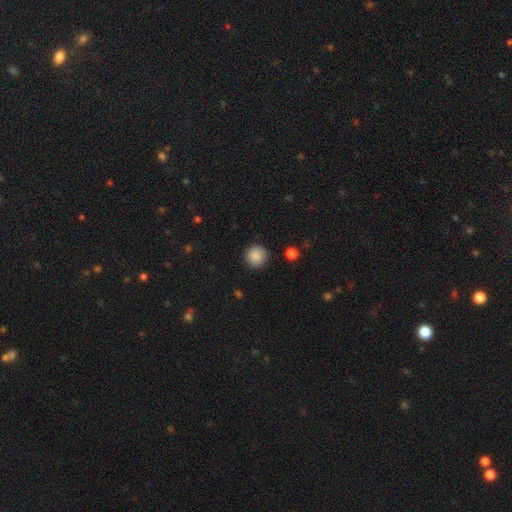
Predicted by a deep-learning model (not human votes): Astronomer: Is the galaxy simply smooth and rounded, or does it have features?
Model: smooth — 88%.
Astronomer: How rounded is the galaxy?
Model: round — 94%.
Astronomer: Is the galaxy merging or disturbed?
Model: none — 89%.